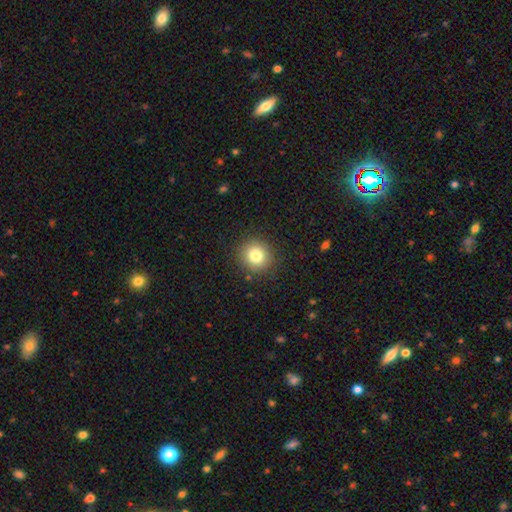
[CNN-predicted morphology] A smooth galaxy with no disk features (80%) that is round (89%). Merging: none (88%).